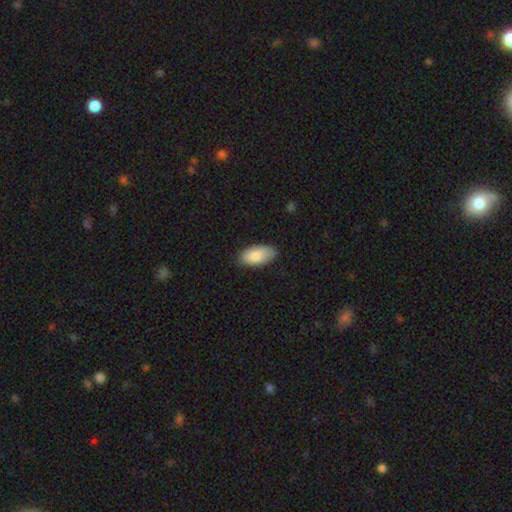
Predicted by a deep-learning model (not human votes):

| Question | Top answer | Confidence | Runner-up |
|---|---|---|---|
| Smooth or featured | smooth | 86% | featured or disk (8%) |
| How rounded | in between | 94% | cigar-shaped (4%) |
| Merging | none | 78% | minor disturbance (18%) |